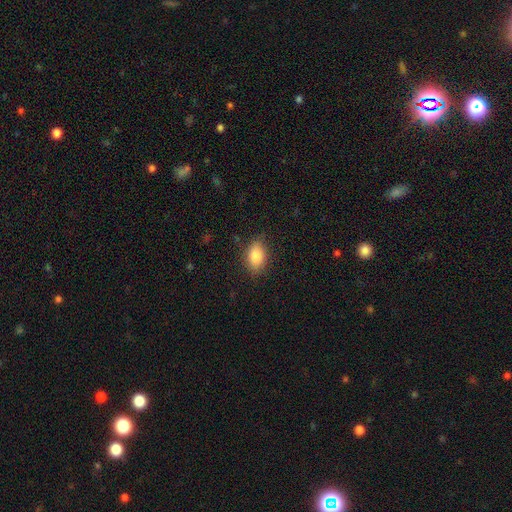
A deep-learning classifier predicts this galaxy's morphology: smooth-or-featured: smooth: 86% | star or artifact: 8% | featured or disk: 7%
  how-rounded: in between: 87% | round: 10% | cigar-shaped: 2%
  merging: none: 81% | minor disturbance: 14% | major disturbance: 3% | merger: 1%